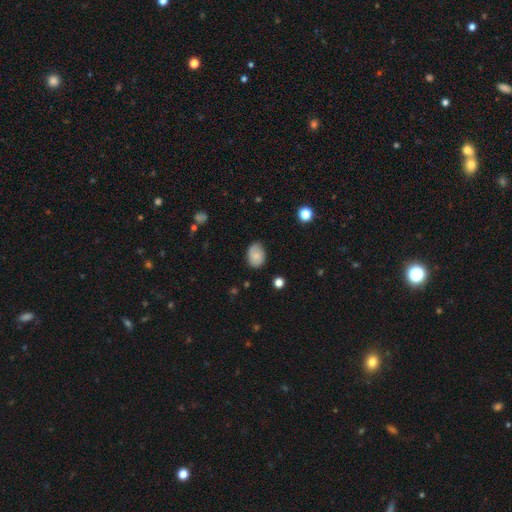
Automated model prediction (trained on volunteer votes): Smooth or featured? smooth (77%)
How rounded? in between (78%)
Merging? none (77%)